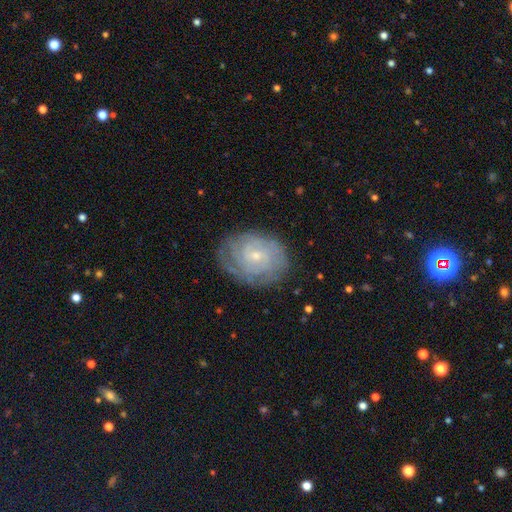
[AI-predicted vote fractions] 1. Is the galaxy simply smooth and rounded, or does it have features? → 77% featured or disk, 15% smooth, 8% star or artifact.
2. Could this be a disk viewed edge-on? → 97% no, 3% yes.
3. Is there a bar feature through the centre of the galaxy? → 62% no, 33% weak, 6% strong.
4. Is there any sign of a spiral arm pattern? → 93% yes, 7% no.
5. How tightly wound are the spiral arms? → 76% tight, 19% medium, 5% loose.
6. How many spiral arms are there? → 43% can't tell, 19% 2, 14% 3, 12% 4, 7% more than 4, 6% 1.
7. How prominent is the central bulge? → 76% small, 20% moderate, 2% none, 1% large, 1% dominant.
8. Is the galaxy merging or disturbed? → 77% none, 16% minor disturbance, 5% major disturbance, 1% merger.